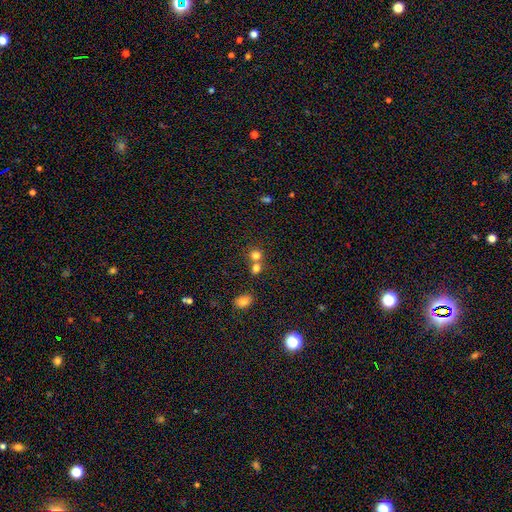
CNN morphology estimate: Overall: smooth (78%). How rounded: round (82%). Merging: merger (46%; none 45%).